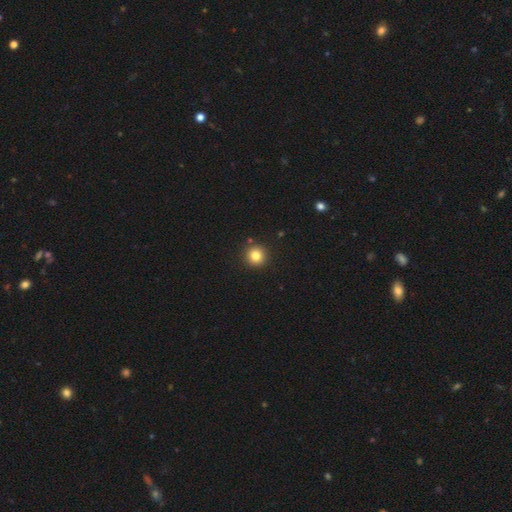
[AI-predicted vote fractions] smooth_or_featured: smooth (p=0.82) [alt: star or artifact p=0.12]
how_rounded: round (p=0.95) [alt: in between p=0.04]
merging: none (p=0.90) [alt: minor disturbance p=0.05]